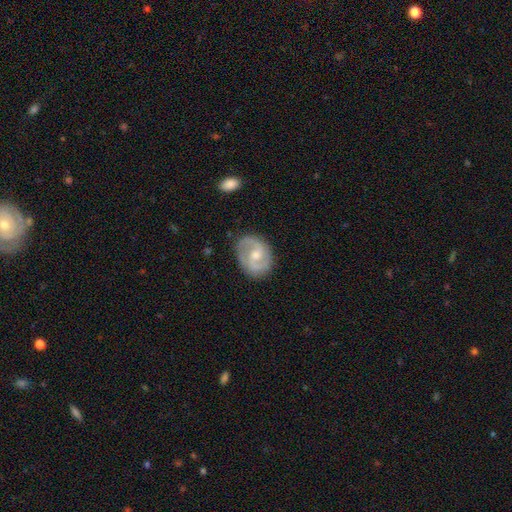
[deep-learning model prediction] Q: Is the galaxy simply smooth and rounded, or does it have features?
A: featured or disk — 82%.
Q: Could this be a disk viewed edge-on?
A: no — 98%.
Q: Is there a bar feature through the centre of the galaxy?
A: weak — 50%.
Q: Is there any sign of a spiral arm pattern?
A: yes — 95%.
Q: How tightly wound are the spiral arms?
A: medium — 54%.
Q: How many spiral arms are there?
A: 2 — 89%.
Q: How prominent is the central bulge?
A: moderate — 58%.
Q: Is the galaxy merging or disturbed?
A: none — 81%.